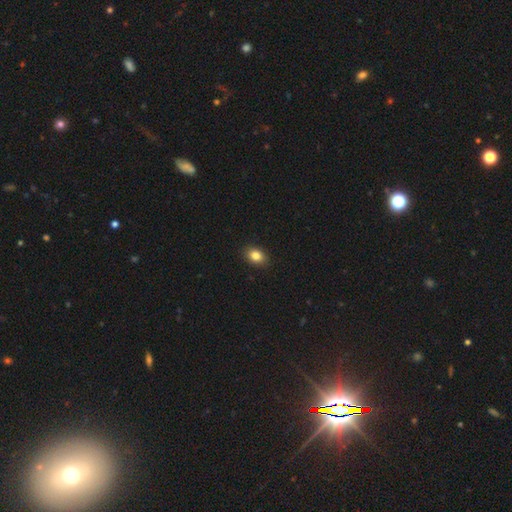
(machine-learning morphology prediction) smooth_or_featured: smooth (p=0.84) [alt: star or artifact p=0.10]
how_rounded: in between (p=0.69) [alt: round p=0.30]
merging: none (p=0.90) [alt: minor disturbance p=0.07]